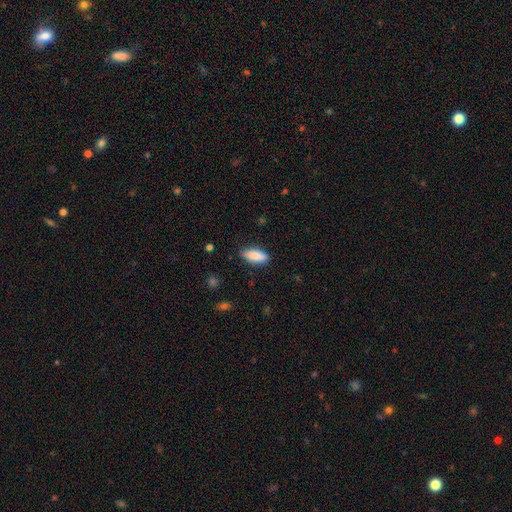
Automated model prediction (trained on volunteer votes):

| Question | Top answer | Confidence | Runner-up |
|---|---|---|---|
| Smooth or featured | smooth | 85% | featured or disk (9%) |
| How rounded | in between | 77% | cigar-shaped (20%) |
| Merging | none | 83% | minor disturbance (13%) |